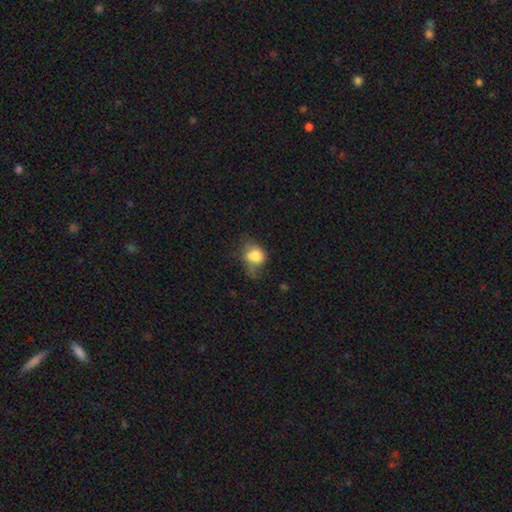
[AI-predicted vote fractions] Q: Smooth or featured?
A: smooth (73%); runner-up: featured or disk (17%)
Q: How rounded?
A: in between (54%); runner-up: round (45%)
Q: Merging?
A: none (31%); tied with: minor disturbance (31%)